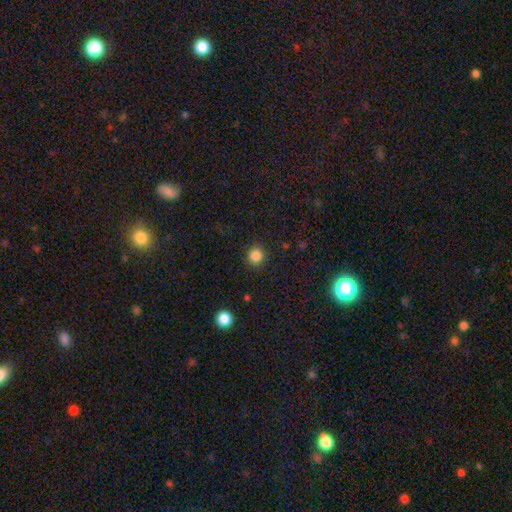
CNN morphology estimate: The model was most divided on "smooth or featured": smooth: 85%, star or artifact: 12%, featured or disk: 4%. More confident: how rounded — round (91%); merging — none (90%).